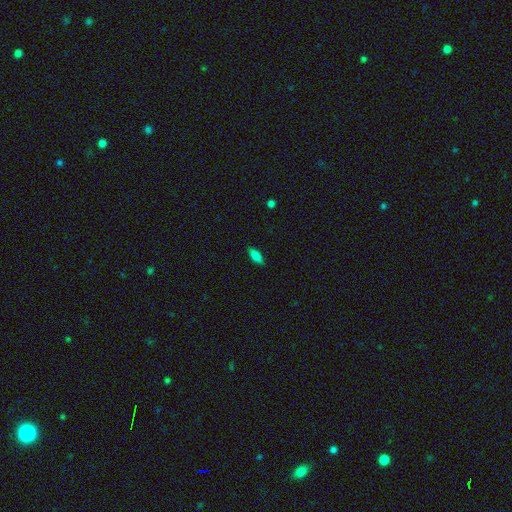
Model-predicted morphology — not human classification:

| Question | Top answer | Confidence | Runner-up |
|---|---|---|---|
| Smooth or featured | smooth | 77% | featured or disk (14%) |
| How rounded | in between | 69% | cigar-shaped (28%) |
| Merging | none | 86% | minor disturbance (11%) |